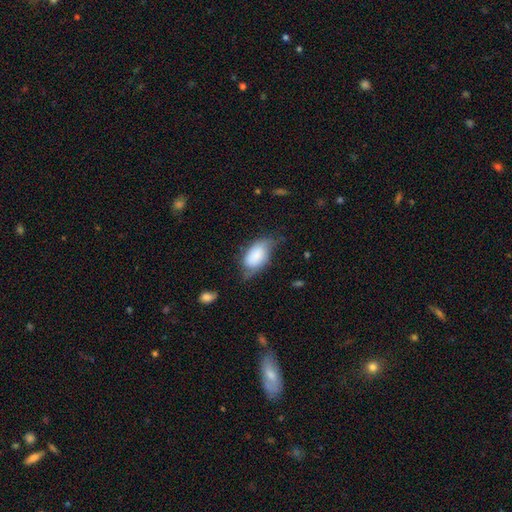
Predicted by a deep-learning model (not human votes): This is likely a smooth galaxy (71%). How rounded: clearly in between (93%). Merging: marginally none (42%).